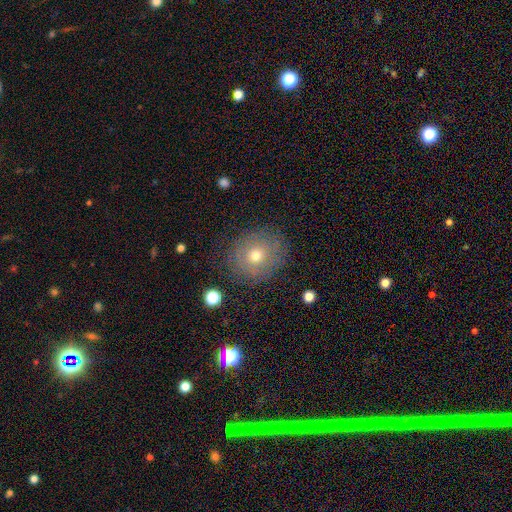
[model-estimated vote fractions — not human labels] smooth-or-featured: smooth: 65% | featured or disk: 22% | star or artifact: 13%
  how-rounded: round: 76% | in between: 23% | cigar-shaped: 1%
  merging: none: 81% | minor disturbance: 13% | major disturbance: 5% | merger: 1%